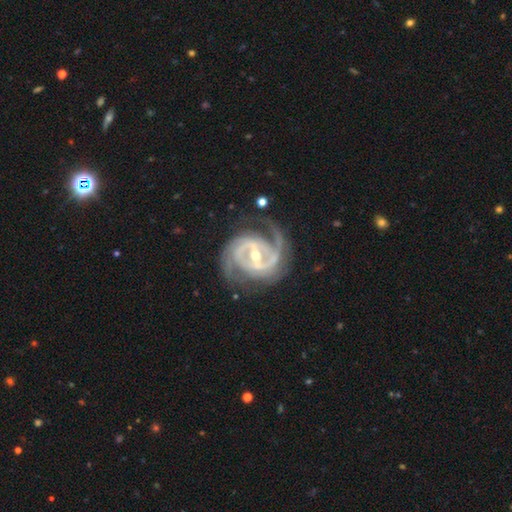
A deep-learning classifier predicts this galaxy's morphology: Smooth or featured?
  - featured or disk: 93% *
  - star or artifact: 4%
  - smooth: 3%
Edge-on disk?
  - no: 97% *
  - yes: 3%
Bar?
  - strong: 59% *
  - weak: 33%
  - no: 9%
Spiral arms?
  - yes: 98% *
  - no: 2%
Spiral winding?
  - medium: 47% *
  - tight: 43%
  - loose: 9%
Spiral arm count?
  - 2: 71% *
  - 3: 15%
  - can't tell: 5%
  - 4: 3%
  - 1: 3%
  - more than 4: 3%
Bulge size?
  - moderate: 51% *
  - small: 45%
  - large: 2%
  - none: 1%
  - dominant: 1%
Merging?
  - none: 71% *
  - minor disturbance: 17%
  - major disturbance: 10%
  - merger: 2%